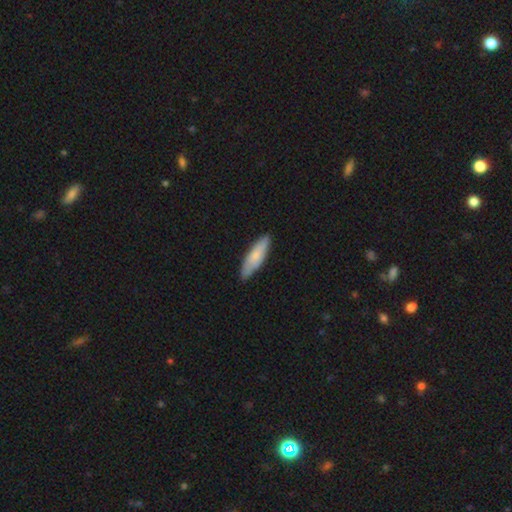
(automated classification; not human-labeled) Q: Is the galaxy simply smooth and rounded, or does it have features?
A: smooth — 71%.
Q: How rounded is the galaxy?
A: cigar-shaped — 59%.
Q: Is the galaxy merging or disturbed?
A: none — 83%.